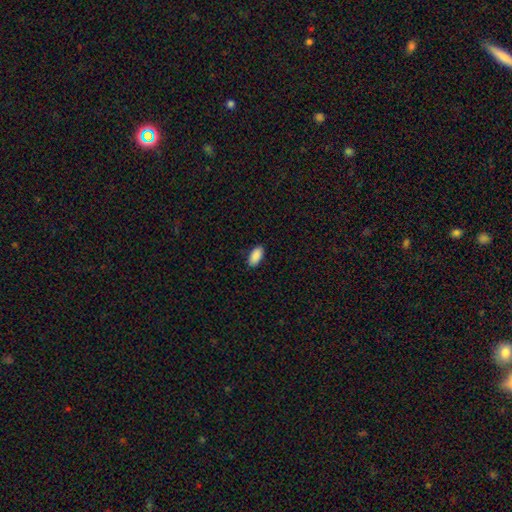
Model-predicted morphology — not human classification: smooth 90%, star or artifact 7%, featured or disk 3%. Down the decision tree: how rounded — in between (93%); merging — none (87%).